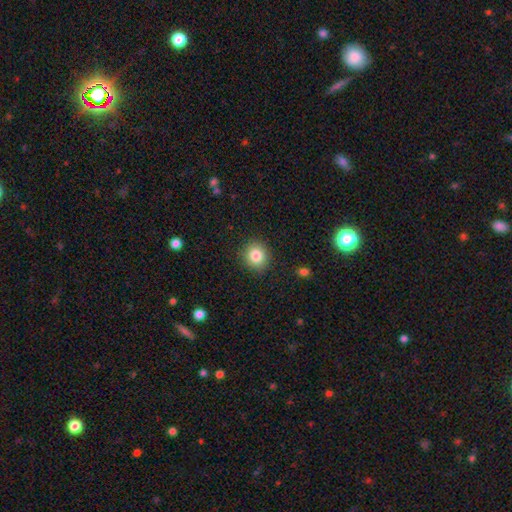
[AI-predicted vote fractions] Morphology: type=smooth (83%); roundness=round (83%); merging=none (89%).